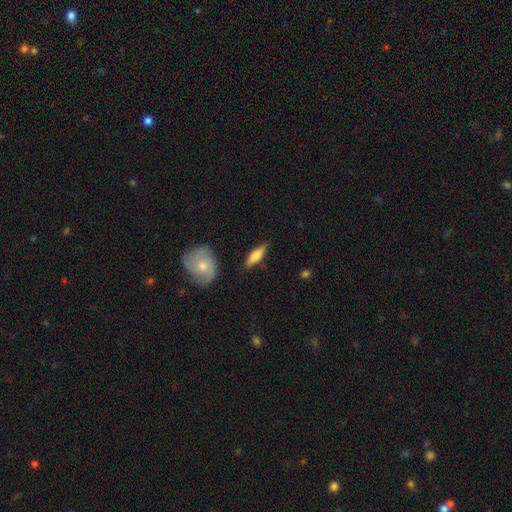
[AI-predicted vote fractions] The model was most divided on "smooth or featured": smooth: 55%, featured or disk: 39%, star or artifact: 6%. More confident: merging — none (81%); how rounded — cigar-shaped (56%).